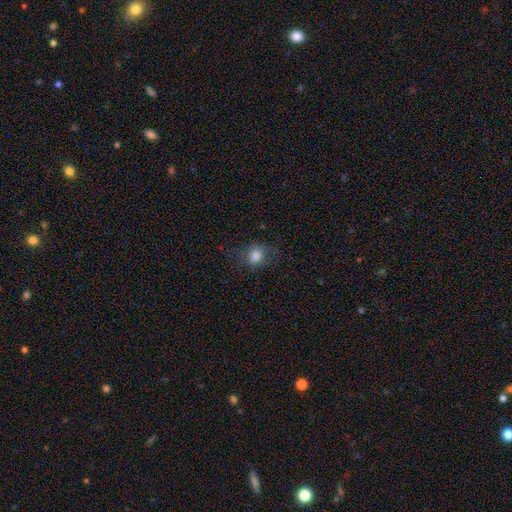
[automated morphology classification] smooth_or_featured: smooth (p=0.80) [alt: star or artifact p=0.11]
how_rounded: round (p=0.49) [tied with: in between p=0.49]
merging: none (p=0.69) [alt: minor disturbance p=0.20]